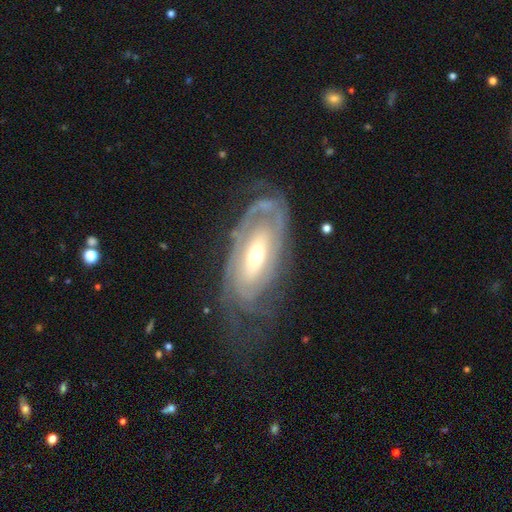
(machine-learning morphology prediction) Smooth or featured? Predicted: featured or disk (p=0.82). Edge-on disk? Predicted: no (p=0.91). Bar? Predicted: no (p=0.57). Spiral arms? Predicted: yes (p=0.85). Spiral winding? Predicted: tight (p=0.66). Spiral arm count? Predicted: can't tell (p=0.44). Bulge size? Predicted: moderate (p=0.60). Merging? Predicted: none (p=0.59).